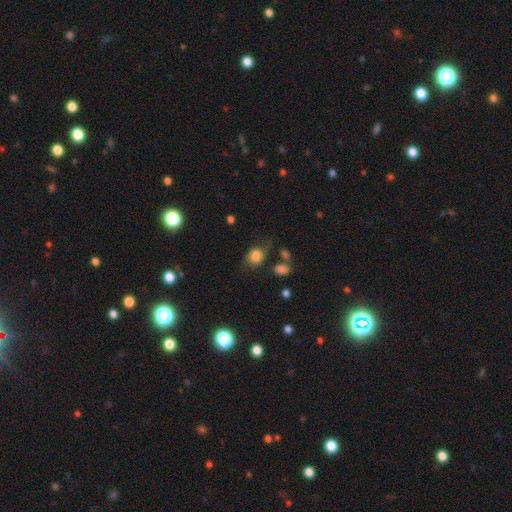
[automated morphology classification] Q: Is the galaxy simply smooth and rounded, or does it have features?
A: smooth — 77%.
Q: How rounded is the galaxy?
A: round — 60%.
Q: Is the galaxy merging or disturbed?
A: none — 58%.